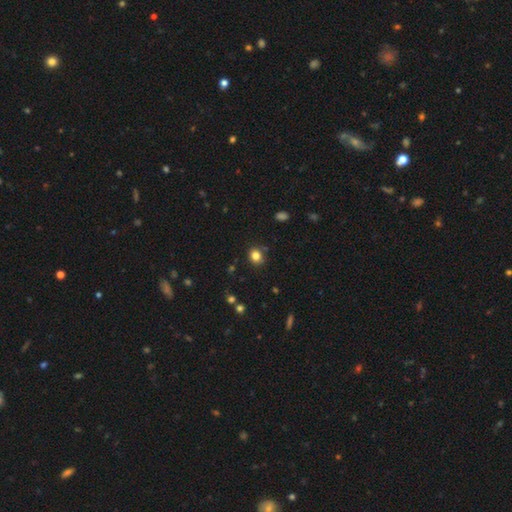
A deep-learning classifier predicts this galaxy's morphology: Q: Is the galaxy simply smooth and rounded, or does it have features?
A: smooth — 82%.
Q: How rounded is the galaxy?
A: round — 71%.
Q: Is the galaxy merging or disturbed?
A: none — 85%.